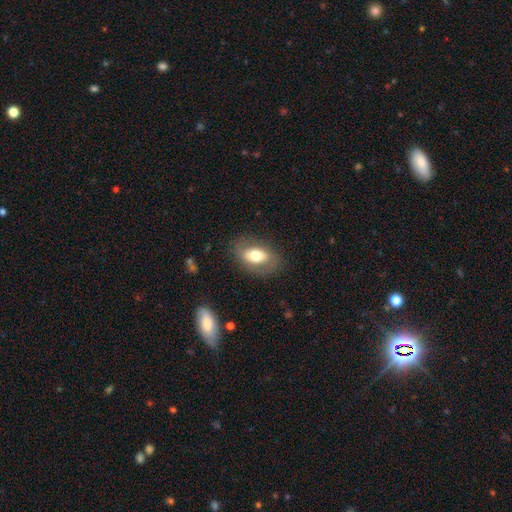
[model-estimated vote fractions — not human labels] Smooth or featured?
  - smooth: 62% *
  - featured or disk: 31%
  - star or artifact: 7%
How rounded?
  - in between: 87% *
  - round: 11%
  - cigar-shaped: 2%
Merging?
  - none: 78% *
  - minor disturbance: 15%
  - major disturbance: 7%
  - merger: 1%